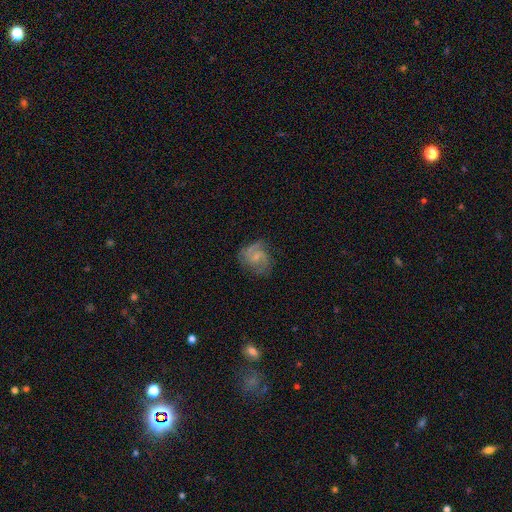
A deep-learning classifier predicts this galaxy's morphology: Smooth or featured? featured or disk (68%)
Edge-on disk? no (98%)
Bar? no (54%)
Spiral arms? yes (91%)
Spiral winding? medium (50%)
Spiral arm count? 2 (60%)
Bulge size? small (54%)
Merging? none (63%)